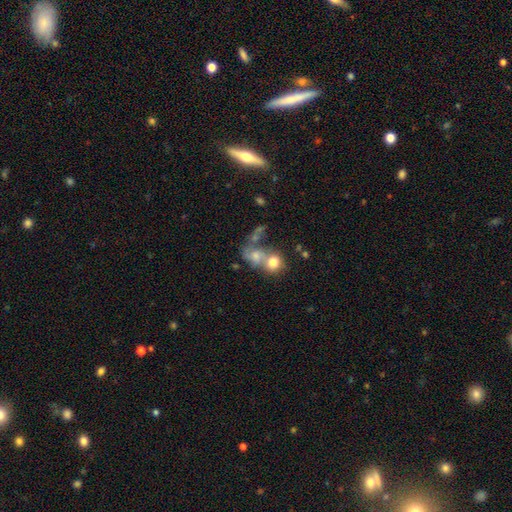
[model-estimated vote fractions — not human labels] smooth-or-featured: smooth: 61% | featured or disk: 27% | star or artifact: 12%
  how-rounded: round: 55% | in between: 43% | cigar-shaped: 2%
  merging: merger: 62% | none: 19% | major disturbance: 11% | minor disturbance: 8%